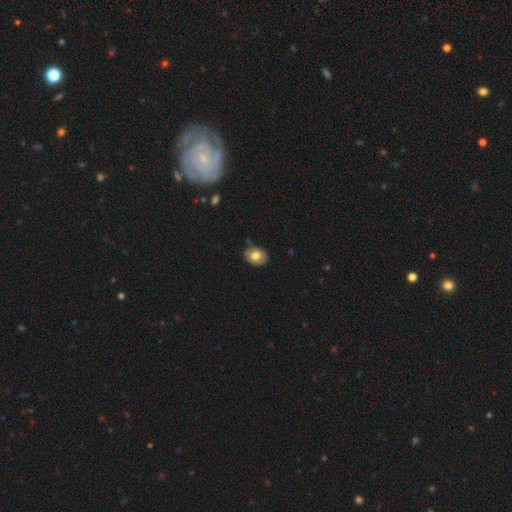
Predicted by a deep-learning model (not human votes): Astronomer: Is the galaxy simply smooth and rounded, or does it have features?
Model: smooth — 75%.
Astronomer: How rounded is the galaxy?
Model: in between — 64%.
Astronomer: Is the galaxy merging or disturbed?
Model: none — 77%.